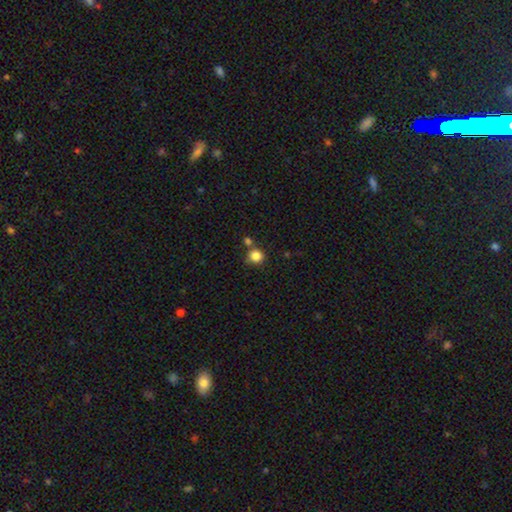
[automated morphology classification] Smooth or featured?
  - smooth: 84% *
  - star or artifact: 11%
  - featured or disk: 5%
How rounded?
  - round: 89% *
  - in between: 10%
  - cigar-shaped: 1%
Merging?
  - none: 69% *
  - merger: 15%
  - minor disturbance: 12%
  - major disturbance: 4%